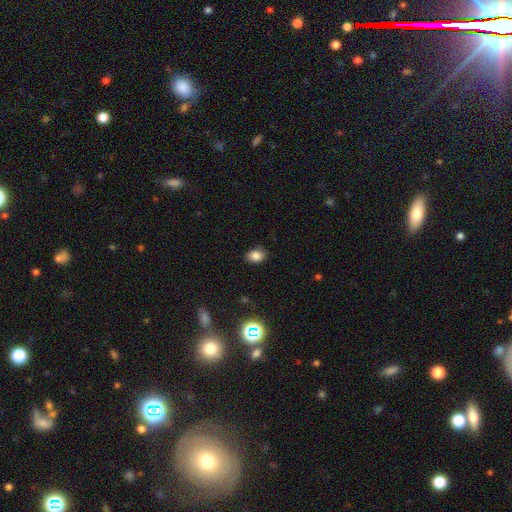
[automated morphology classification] smooth 83%, star or artifact 11%, featured or disk 6%. Down the decision tree: how rounded — in between (75%); merging — none (84%).